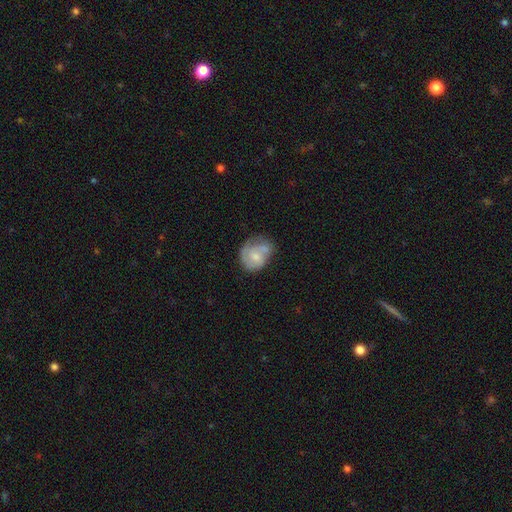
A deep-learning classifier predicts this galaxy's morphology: Smooth or featured? featured or disk (51%)
Edge-on disk? no (98%)
Merging? none (39%)